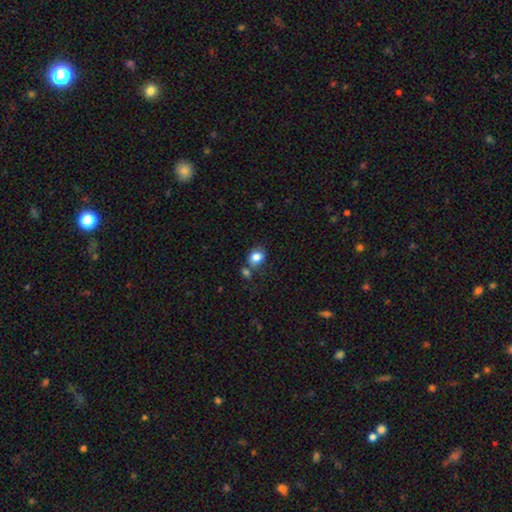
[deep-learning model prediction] smooth_or_featured: smooth (p=0.63) [alt: star or artifact p=0.28]
how_rounded: round (p=0.69) [alt: in between p=0.29]
merging: none (p=0.66) [alt: merger p=0.18]